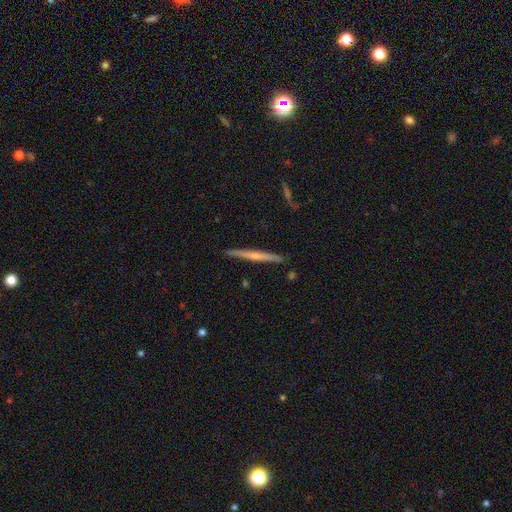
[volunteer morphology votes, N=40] Smooth or featured?
  - featured or disk: 60% *
  - smooth: 32%
  - star or artifact: 8%
Edge-on disk?
  - yes: 100% *
  - no: 0%
Edge-on bulge?
  - rounded: 83% *
  - none: 12%
  - boxy: 4%
Merging?
  - none: 97% *
  - minor disturbance: 3%
  - major disturbance: 0%
  - merger: 0%